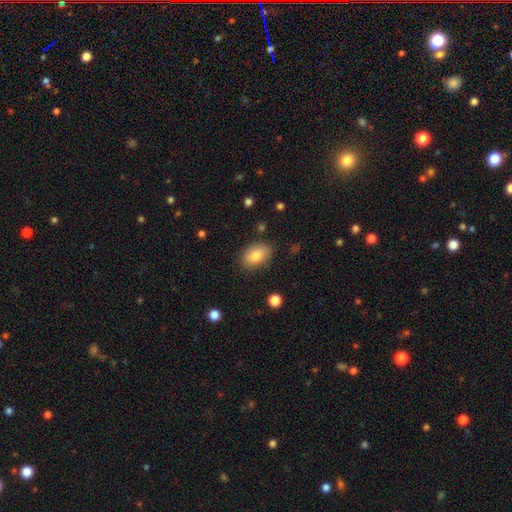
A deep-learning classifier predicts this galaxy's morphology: Q: Smooth or featured?
A: smooth (82%); runner-up: featured or disk (10%)
Q: How rounded?
A: in between (87%); runner-up: round (12%)
Q: Merging?
A: none (84%); runner-up: minor disturbance (12%)